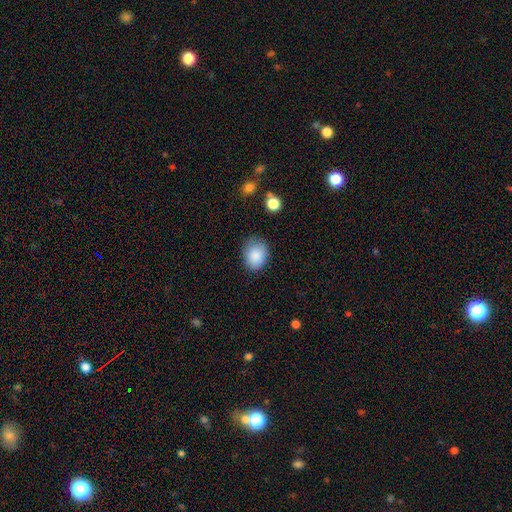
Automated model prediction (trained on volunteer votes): Smooth or featured? smooth (87%)
How rounded? in between (52%)
Merging? none (77%)